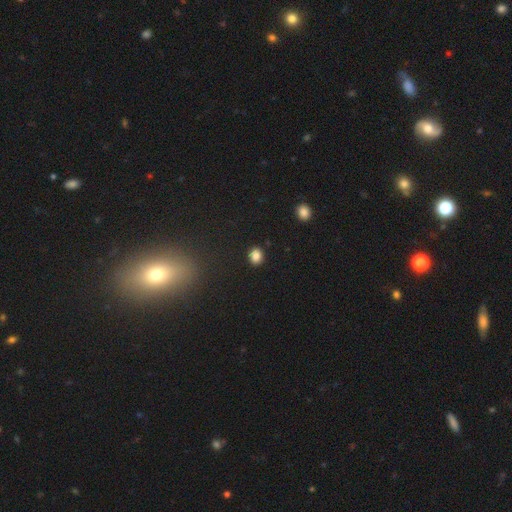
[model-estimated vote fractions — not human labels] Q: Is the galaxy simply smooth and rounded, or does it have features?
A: smooth — 85%.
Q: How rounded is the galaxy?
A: round — 58%.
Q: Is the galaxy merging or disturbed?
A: none — 90%.